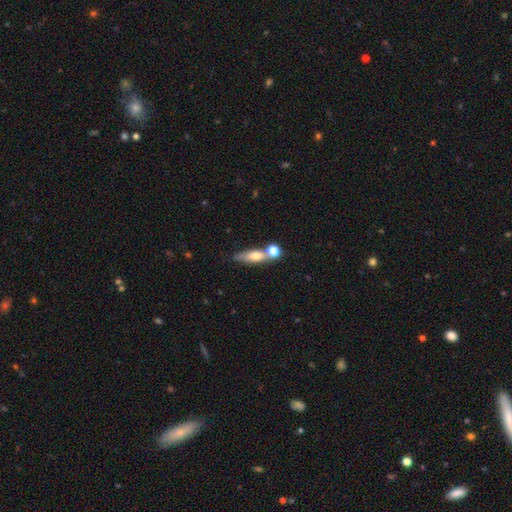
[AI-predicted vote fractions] Morphology: type=smooth (61%); roundness=cigar-shaped (51%); merging=none (50%).